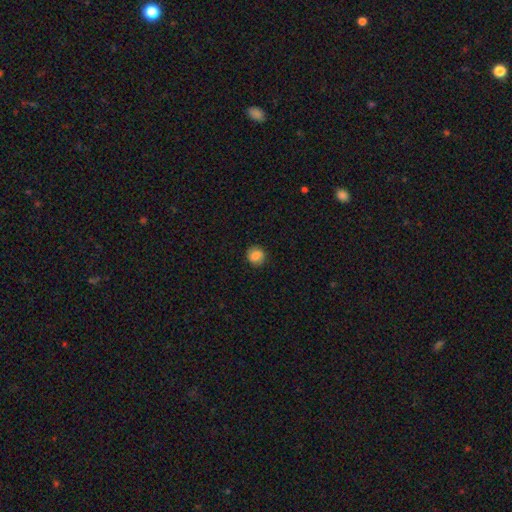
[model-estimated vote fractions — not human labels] A smooth galaxy with no disk features (82%) that is round (89%).

Vote fractions:
- Smooth or featured? smooth: 82% / star or artifact: 9% / featured or disk: 9%
- How rounded? round: 89% / in between: 10% / cigar-shaped: 1%
- Merging? none: 89% / minor disturbance: 8% / major disturbance: 2% / merger: 1%